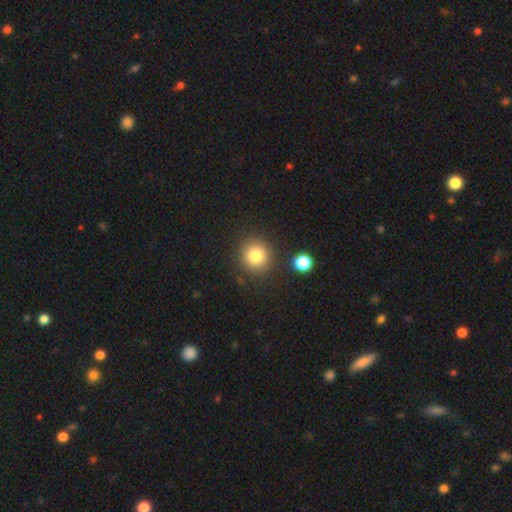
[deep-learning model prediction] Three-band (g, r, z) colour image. It shows a smooth galaxy with no disk features (80%) that is round (92%). Merging: none (86%).